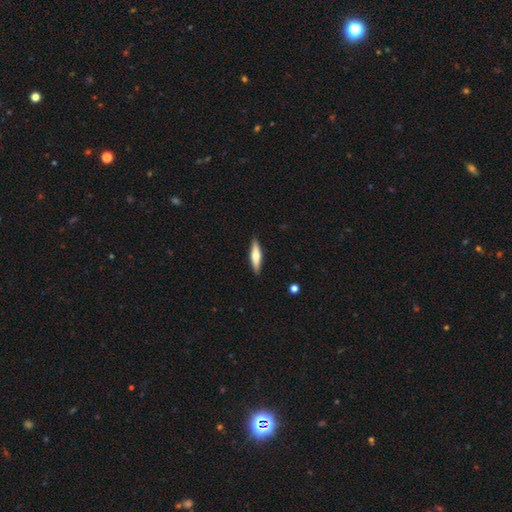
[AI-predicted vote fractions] Smooth or featured? smooth (56%)
How rounded? cigar-shaped (75%)
Merging? none (89%)